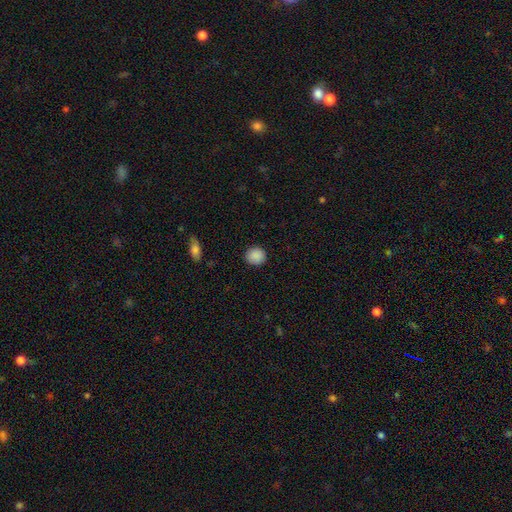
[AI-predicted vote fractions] Morphology: type=smooth (89%); roundness=round (88%); merging=none (89%).